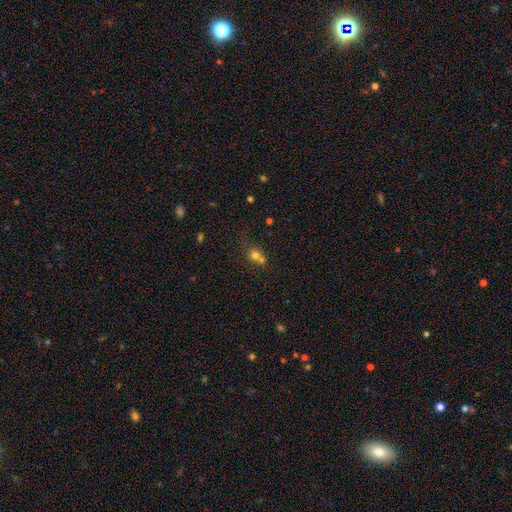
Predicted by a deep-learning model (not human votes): smooth_or_featured: smooth (p=0.70) [alt: star or artifact p=0.16]
how_rounded: round (p=0.79) [alt: in between p=0.20]
merging: merger (p=0.54) [alt: none p=0.36]